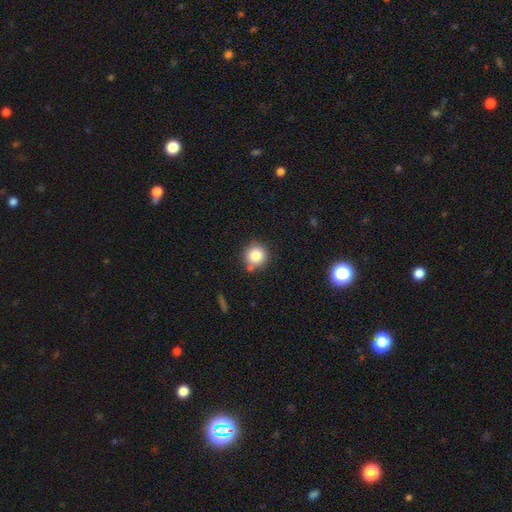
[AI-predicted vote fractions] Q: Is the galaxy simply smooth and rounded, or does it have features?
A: smooth — 83%.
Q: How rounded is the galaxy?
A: round — 93%.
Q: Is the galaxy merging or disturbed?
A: none — 77%.